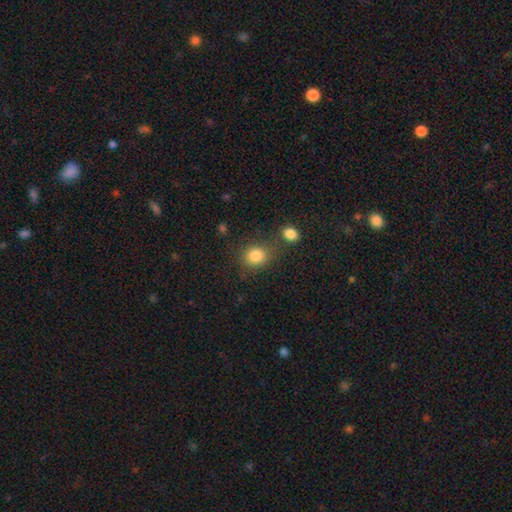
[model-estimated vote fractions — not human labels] This appears to be a smooth galaxy with no disk features (83%) that is round (73%). Merging: none (72%).